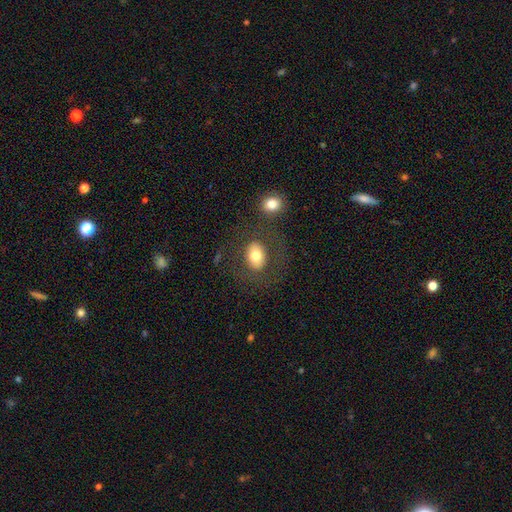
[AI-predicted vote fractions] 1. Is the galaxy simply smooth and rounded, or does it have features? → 72% smooth, 20% featured or disk, 8% star or artifact.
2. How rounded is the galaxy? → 70% in between, 29% round, 1% cigar-shaped.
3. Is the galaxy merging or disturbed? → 71% none, 13% minor disturbance, 9% major disturbance, 8% merger.